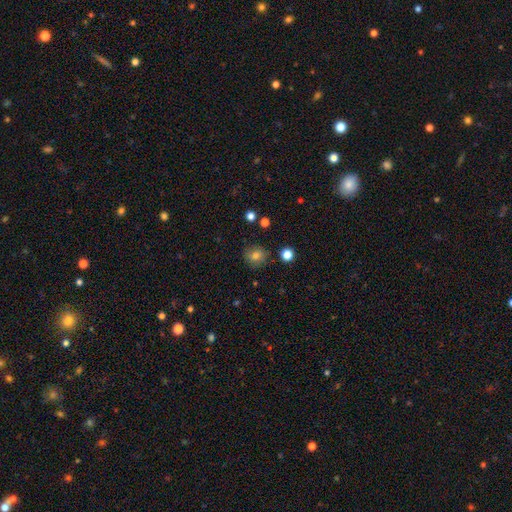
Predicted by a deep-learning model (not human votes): smooth-or-featured: smooth: 77% | star or artifact: 13% | featured or disk: 10%
  how-rounded: round: 82% | in between: 17% | cigar-shaped: 1%
  merging: none: 84% | minor disturbance: 11% | major disturbance: 3% | merger: 2%